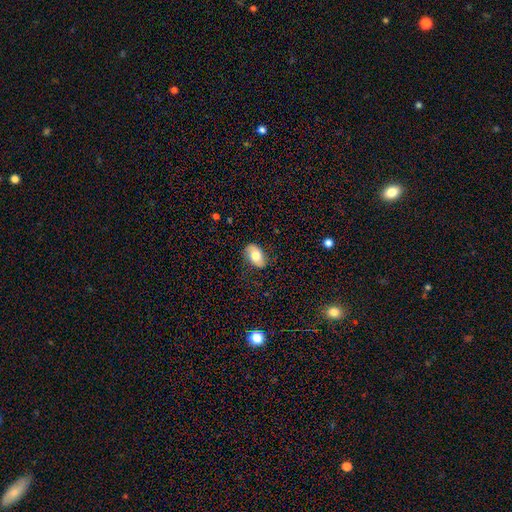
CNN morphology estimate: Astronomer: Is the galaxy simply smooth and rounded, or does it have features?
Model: smooth — 64%.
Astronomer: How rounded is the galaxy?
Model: in between — 90%.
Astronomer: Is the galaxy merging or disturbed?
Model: none — 77%.